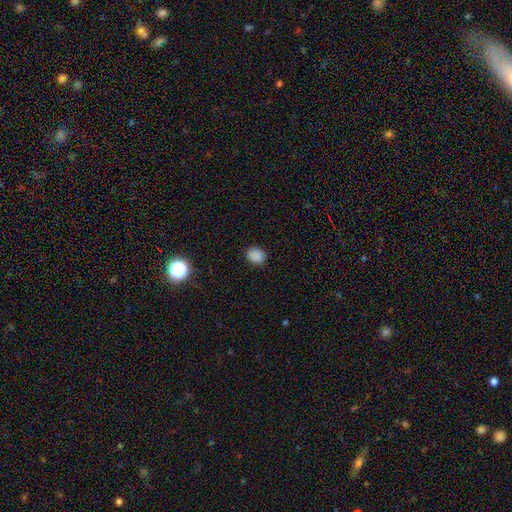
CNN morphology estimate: The model was most divided on "how rounded": round: 56%, in between: 43%, cigar-shaped: 1%. More confident: merging — none (88%); smooth or featured — smooth (86%).